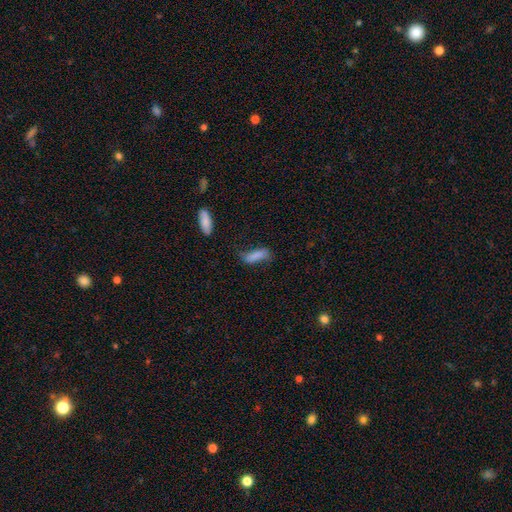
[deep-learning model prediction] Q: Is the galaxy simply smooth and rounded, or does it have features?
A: smooth — 78%.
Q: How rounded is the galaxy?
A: in between — 50%.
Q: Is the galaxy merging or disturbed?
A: none — 55%.